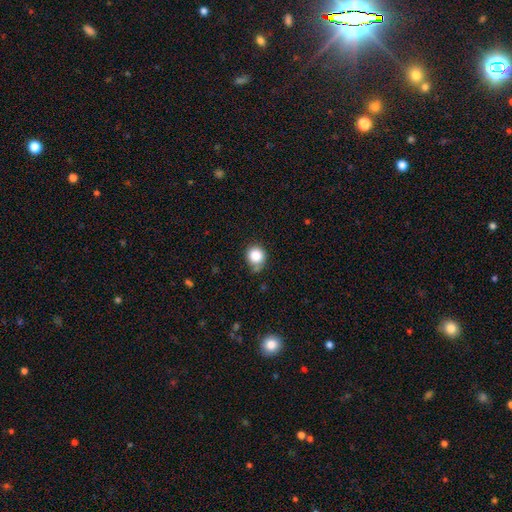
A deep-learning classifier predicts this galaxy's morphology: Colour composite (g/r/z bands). It shows a smooth galaxy with no disk features (84%) that is round (88%). Merging: none (70%).